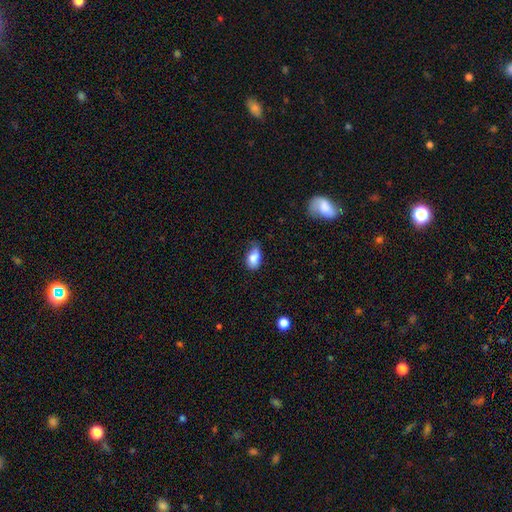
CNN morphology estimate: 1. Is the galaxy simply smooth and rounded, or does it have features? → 83% smooth, 9% featured or disk, 8% star or artifact.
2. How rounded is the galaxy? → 90% in between, 8% round, 2% cigar-shaped.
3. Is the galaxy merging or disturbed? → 46% none, 40% minor disturbance, 11% major disturbance, 3% merger.